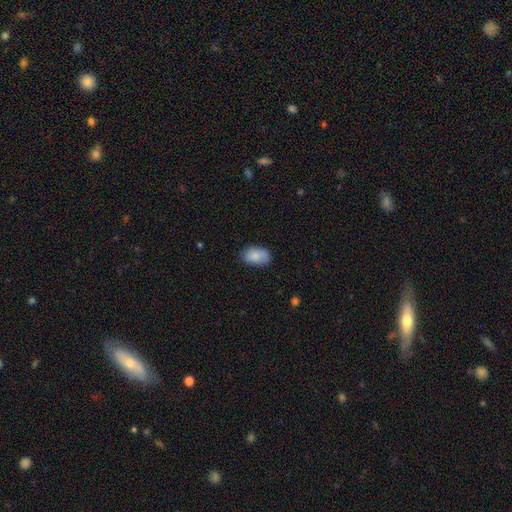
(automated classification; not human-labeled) Morphology: type=smooth (86%); roundness=in between (91%); merging=none (80%).